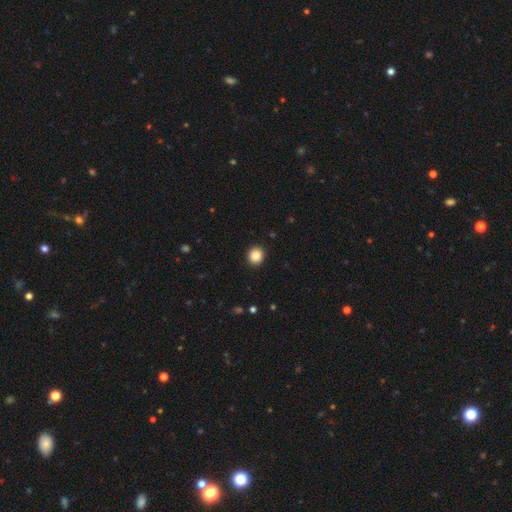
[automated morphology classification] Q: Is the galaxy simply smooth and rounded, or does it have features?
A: smooth — 88%.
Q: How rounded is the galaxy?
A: round — 88%.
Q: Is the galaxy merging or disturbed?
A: none — 92%.